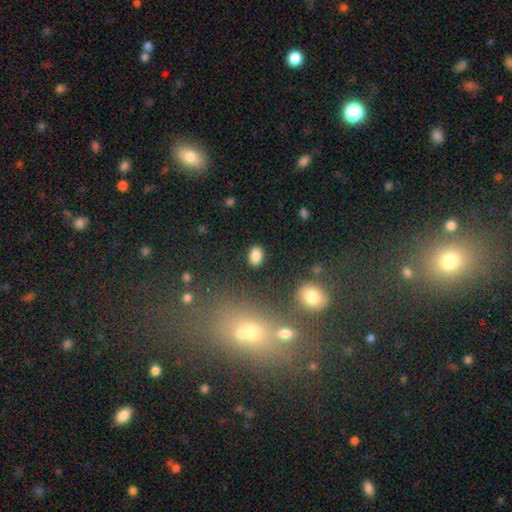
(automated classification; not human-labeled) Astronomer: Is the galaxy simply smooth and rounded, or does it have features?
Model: smooth — 83%.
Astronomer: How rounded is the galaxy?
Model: in between — 68%.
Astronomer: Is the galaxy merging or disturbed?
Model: none — 85%.